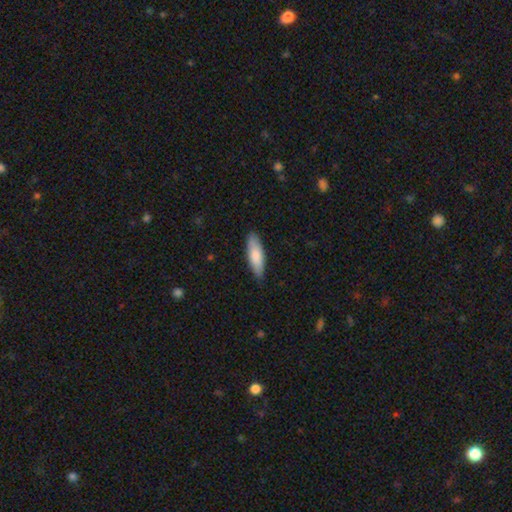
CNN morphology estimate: smooth-or-featured: smooth: 81% | featured or disk: 14% | star or artifact: 5%
  how-rounded: in between: 53% | cigar-shaped: 46% | round: 2%
  merging: none: 84% | minor disturbance: 13% | major disturbance: 2% | merger: 1%